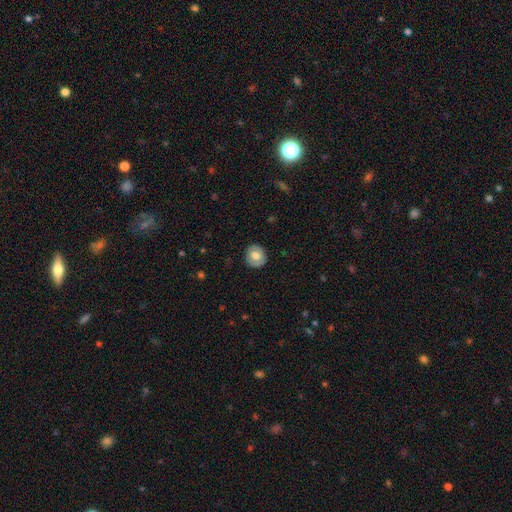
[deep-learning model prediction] smooth 65%, featured or disk 29%, star or artifact 7%. Down the decision tree: how rounded — round (82%); merging — none (87%).